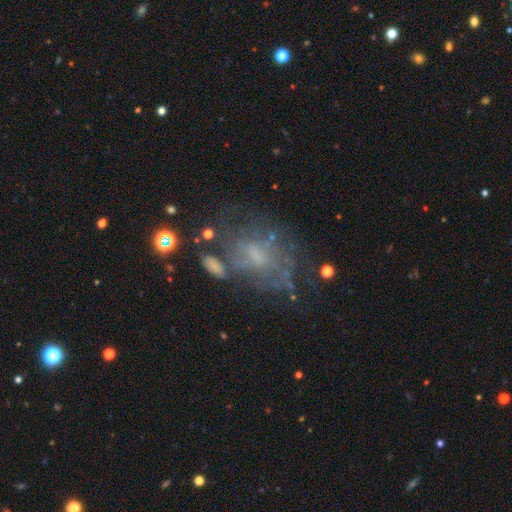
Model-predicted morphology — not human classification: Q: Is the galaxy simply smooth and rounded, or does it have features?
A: featured or disk — 59%.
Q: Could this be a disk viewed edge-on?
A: no — 96%.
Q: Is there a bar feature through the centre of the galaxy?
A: no — 62%.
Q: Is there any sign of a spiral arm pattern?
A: no — 53%.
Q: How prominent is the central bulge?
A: small — 41%.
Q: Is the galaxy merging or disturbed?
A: none — 47%.